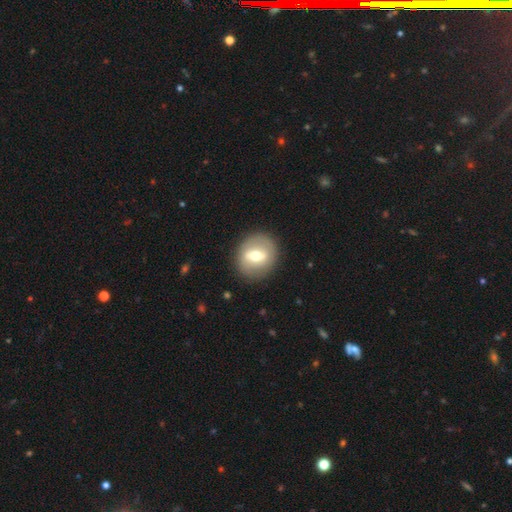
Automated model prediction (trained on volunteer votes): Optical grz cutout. It shows a smooth galaxy with no disk features (46%, tied with featured or disk). Merging: none (87%).